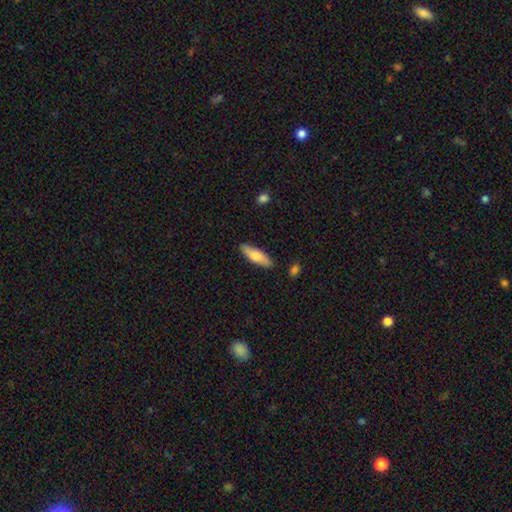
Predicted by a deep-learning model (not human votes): Smooth or featured: smooth — 68% (featured or disk — 26%)
How rounded: cigar-shaped — 54% (in between — 44%)
Merging: none — 86% (minor disturbance — 10%)